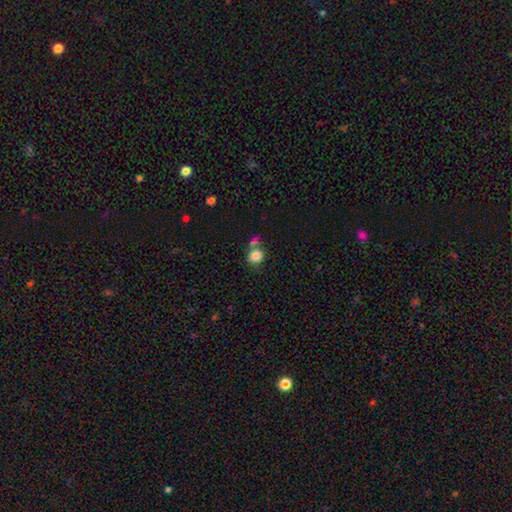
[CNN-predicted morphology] This is clearly a smooth galaxy (83%). How rounded: likely round (78%). Merging: possibly none (53%).